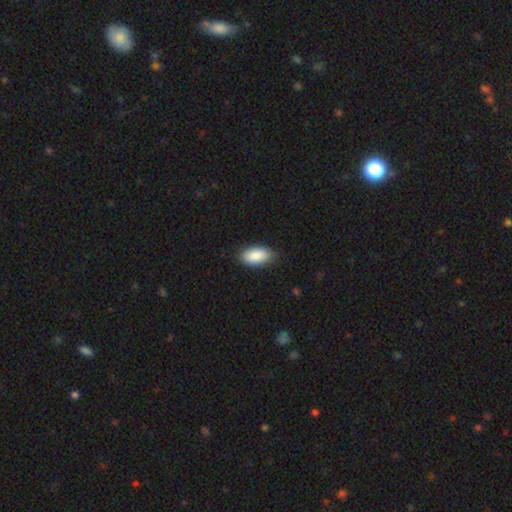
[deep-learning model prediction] This appears to be a smooth galaxy with no disk features (89%) that is in between round and cigar-shaped (94%). Merging: none (86%).